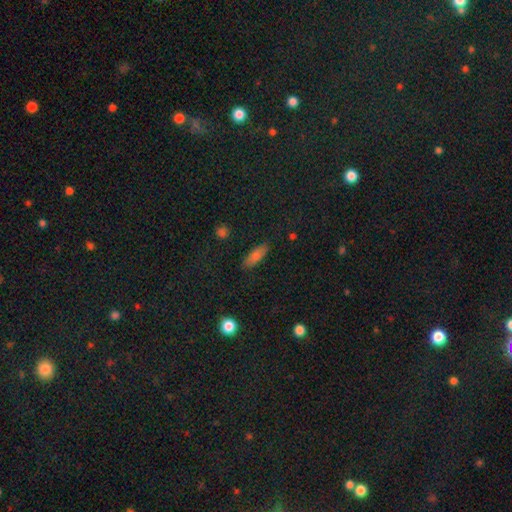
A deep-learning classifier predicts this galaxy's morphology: smooth 75%, featured or disk 15%, star or artifact 10%. Down the decision tree: how rounded — in between (57%); merging — none (86%).